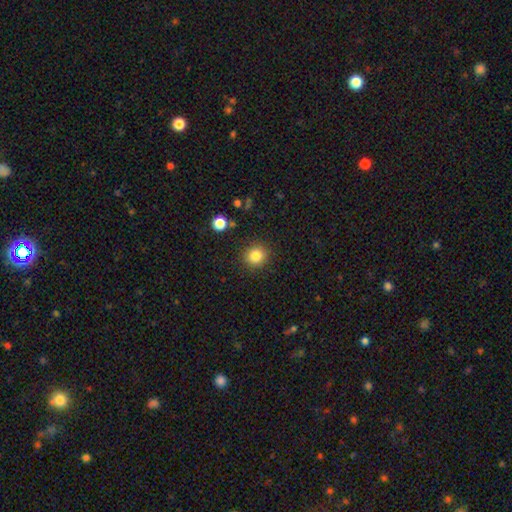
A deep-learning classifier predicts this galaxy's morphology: Smooth or featured? smooth (84%)
How rounded? round (90%)
Merging? none (90%)